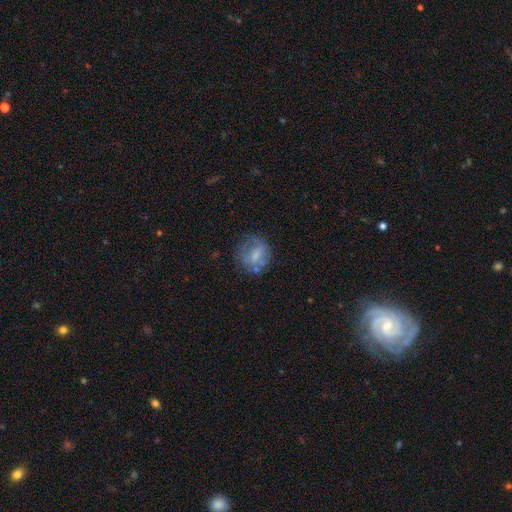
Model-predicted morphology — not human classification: Smooth or featured? Predicted: smooth (p=0.55). How rounded? Predicted: round (p=0.70). Merging? Predicted: none (p=0.56).